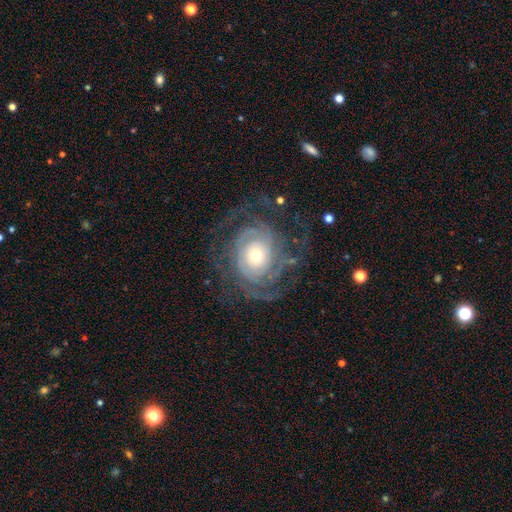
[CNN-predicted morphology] Q: Smooth or featured?
A: featured or disk (86%); runner-up: smooth (8%)
Q: Edge-on disk?
A: no (97%); runner-up: yes (3%)
Q: Bar?
A: no (80%); runner-up: weak (15%)
Q: Spiral arms?
A: yes (93%); runner-up: no (7%)
Q: Spiral winding?
A: tight (66%); runner-up: medium (25%)
Q: Spiral arm count?
A: can't tell (32%); runner-up: 2 (21%)
Q: Bulge size?
A: moderate (50%); runner-up: small (41%)
Q: Merging?
A: none (67%); runner-up: major disturbance (17%)